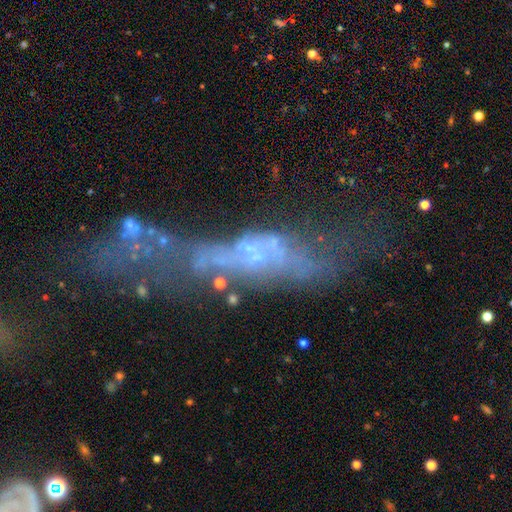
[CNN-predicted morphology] Overall: featured or disk (57%; smooth 22%). Edge-on disk: no (63%; yes 37%). Merging: major disturbance (35%; none 25%).